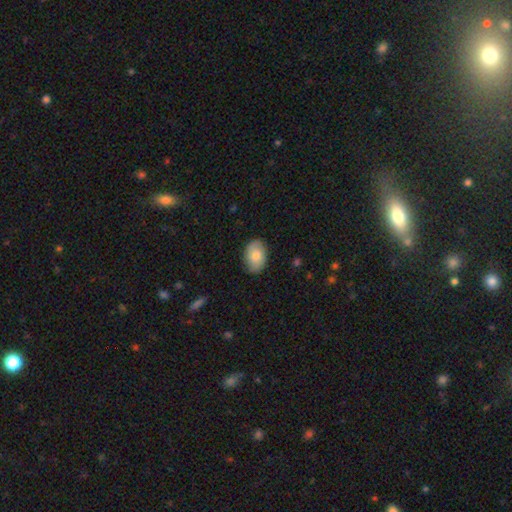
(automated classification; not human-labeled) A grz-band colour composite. It shows a smooth galaxy with no disk features (77%) that is in between round and cigar-shaped (86%). Merging: none (84%).